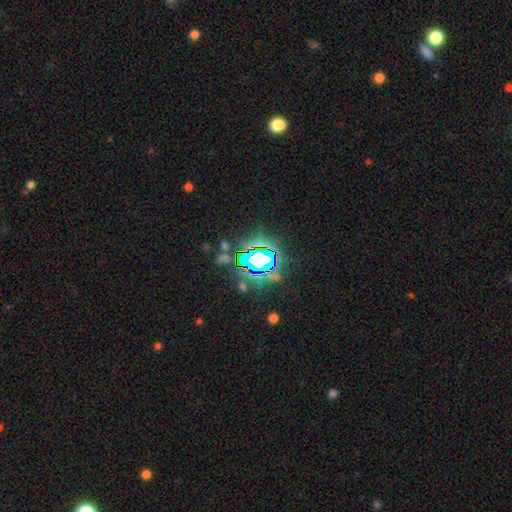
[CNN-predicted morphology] Overall: star or artifact (74%).